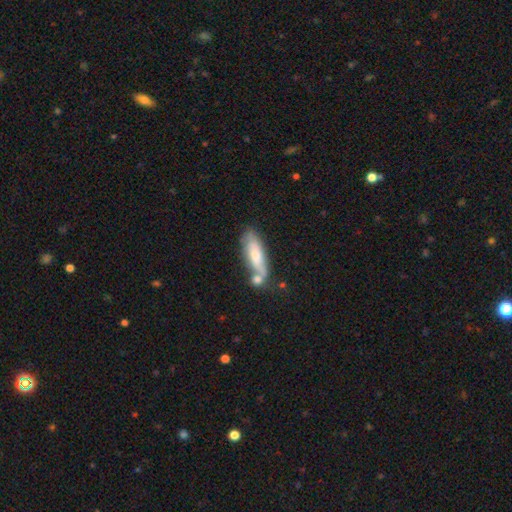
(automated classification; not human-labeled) smooth_or_featured: smooth (p=0.56) [alt: featured or disk p=0.38]
how_rounded: in between (p=0.52) [alt: cigar-shaped p=0.46]
merging: none (p=0.43) [alt: merger p=0.30]